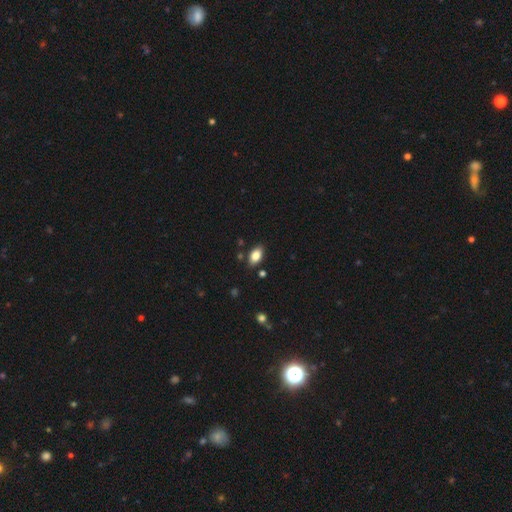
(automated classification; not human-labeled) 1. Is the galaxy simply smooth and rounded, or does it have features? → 84% smooth, 8% star or artifact, 8% featured or disk.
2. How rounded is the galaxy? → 91% in between, 7% round, 2% cigar-shaped.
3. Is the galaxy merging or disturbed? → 85% none, 10% minor disturbance, 2% merger, 2% major disturbance.